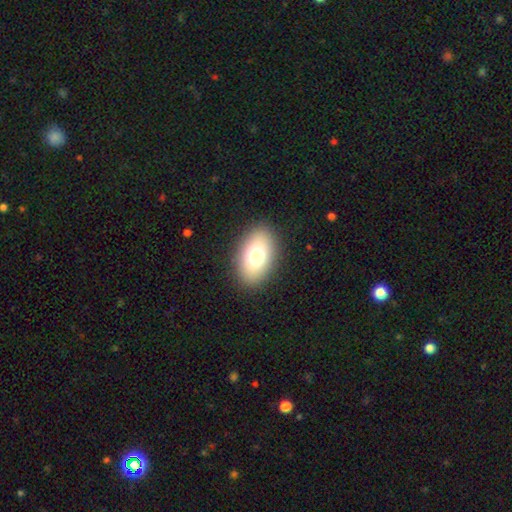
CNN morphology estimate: A smooth galaxy with no disk features (74%) that is in between round and cigar-shaped (87%).

Vote fractions:
- Smooth or featured? smooth: 74% / featured or disk: 16% / star or artifact: 11%
- How rounded? in between: 87% / round: 11% / cigar-shaped: 2%
- Merging? none: 88% / minor disturbance: 8% / major disturbance: 3% / merger: 1%